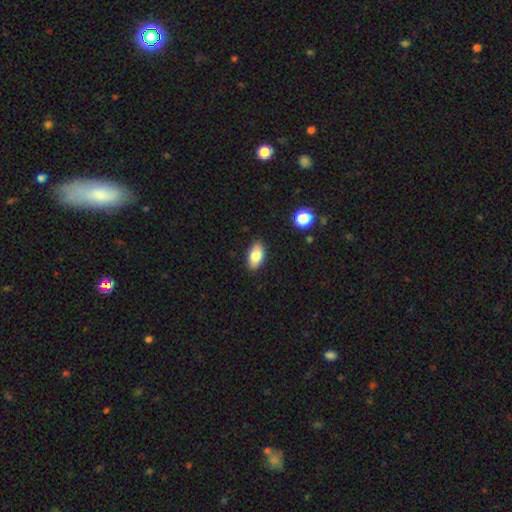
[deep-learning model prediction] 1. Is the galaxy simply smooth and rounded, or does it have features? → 83% smooth, 9% featured or disk, 8% star or artifact.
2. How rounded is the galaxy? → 92% in between, 5% round, 3% cigar-shaped.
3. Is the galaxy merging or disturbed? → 88% none, 9% minor disturbance, 2% major disturbance, 1% merger.